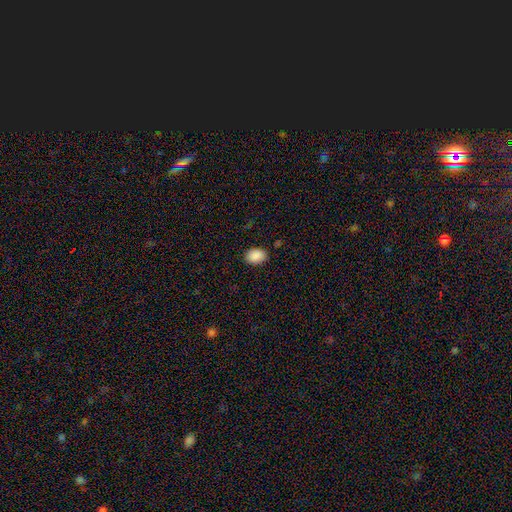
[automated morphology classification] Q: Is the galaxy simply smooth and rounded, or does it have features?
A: smooth — 90%.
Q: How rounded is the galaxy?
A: in between — 77%.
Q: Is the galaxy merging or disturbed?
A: none — 87%.